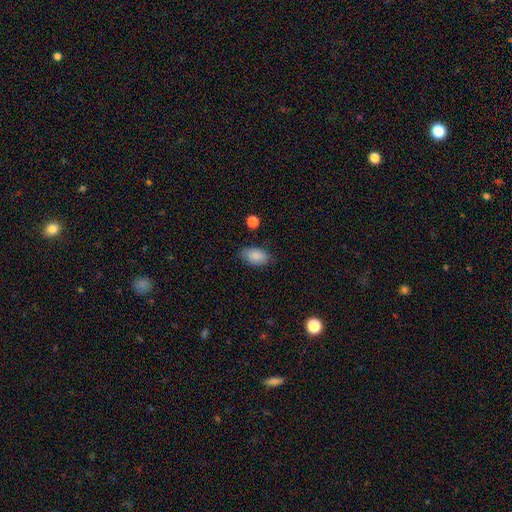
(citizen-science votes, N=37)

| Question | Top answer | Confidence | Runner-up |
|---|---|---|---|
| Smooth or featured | smooth | 95% | featured or disk (3%) |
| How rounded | in between | 91% | round (6%) |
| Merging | none | 81% | minor disturbance (17%) |